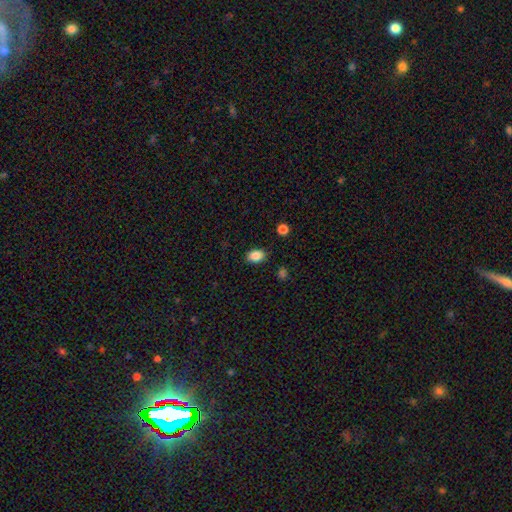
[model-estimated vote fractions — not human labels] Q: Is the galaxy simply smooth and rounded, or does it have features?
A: smooth — 87%.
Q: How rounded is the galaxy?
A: in between — 83%.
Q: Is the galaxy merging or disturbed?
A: none — 87%.